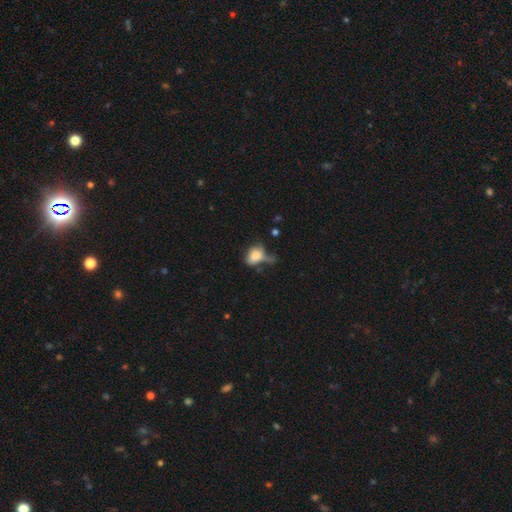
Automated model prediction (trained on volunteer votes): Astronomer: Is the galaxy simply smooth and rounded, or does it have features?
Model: smooth — 75%.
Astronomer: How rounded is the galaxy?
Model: in between — 80%.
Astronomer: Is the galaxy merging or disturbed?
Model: none — 29%, tied with major disturbance at 29%.